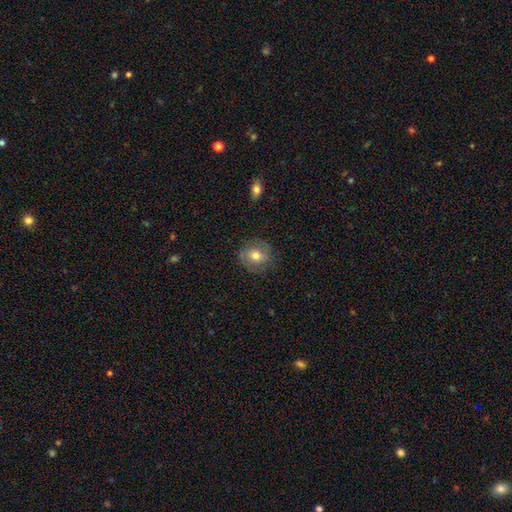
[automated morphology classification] A smooth galaxy with no disk features (55%) that is round (70%). Merging: none (79%).